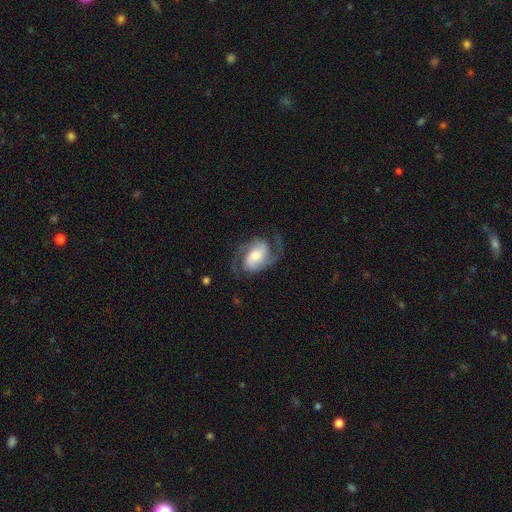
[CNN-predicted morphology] Smooth or featured?
  - featured or disk: 84% *
  - smooth: 11%
  - star or artifact: 5%
Edge-on disk?
  - no: 97% *
  - yes: 3%
Bar?
  - no: 46% *
  - weak: 38%
  - strong: 17%
Spiral arms?
  - yes: 97% *
  - no: 3%
Spiral winding?
  - medium: 53% *
  - loose: 25%
  - tight: 21%
Spiral arm count?
  - 2: 90% *
  - can't tell: 3%
  - 3: 2%
  - 1: 2%
  - 4: 1%
  - more than 4: 1%
Bulge size?
  - moderate: 40% *
  - small: 30%
  - large: 20%
  - none: 6%
  - dominant: 4%
Merging?
  - none: 70% *
  - minor disturbance: 16%
  - major disturbance: 13%
  - merger: 1%